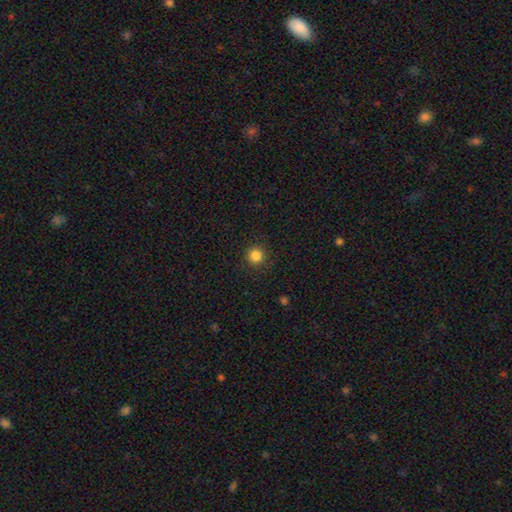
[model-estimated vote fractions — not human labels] Smooth or featured? smooth (84%)
How rounded? round (95%)
Merging? none (91%)